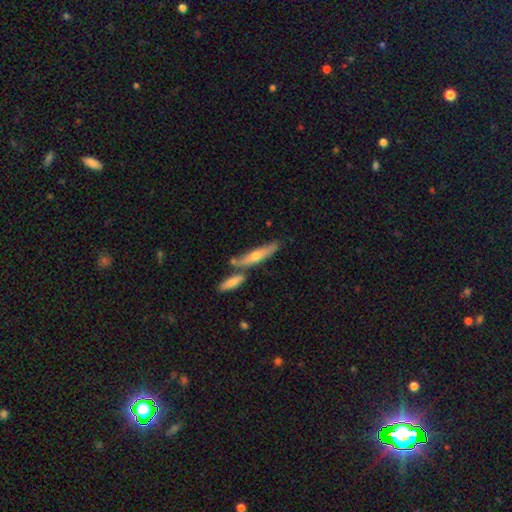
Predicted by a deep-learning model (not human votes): A smooth galaxy with no disk features (48%).

Vote fractions:
- Smooth or featured? smooth: 48% / featured or disk: 45% / star or artifact: 6%
- Merging? none: 59% / merger: 24% / minor disturbance: 13% / major disturbance: 4%